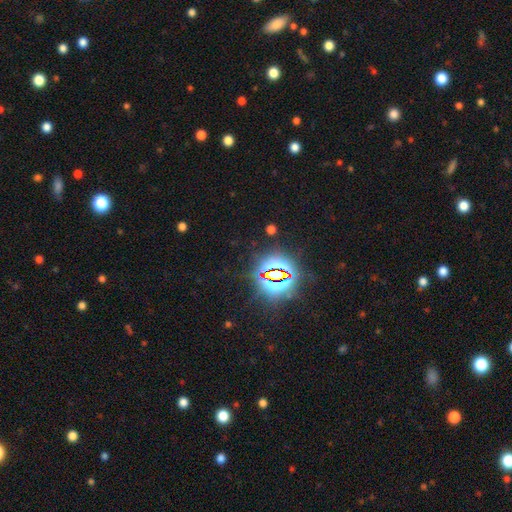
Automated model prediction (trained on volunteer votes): Smooth or featured? Predicted: star or artifact (p=0.82).